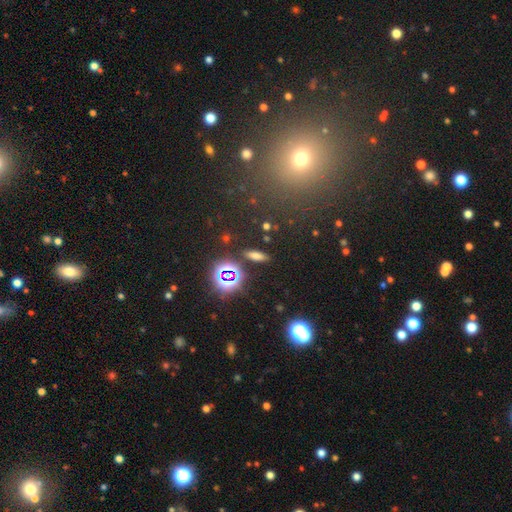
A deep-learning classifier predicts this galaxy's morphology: Smooth or featured? smooth (62%)
How rounded? cigar-shaped (51%)
Merging? none (86%)